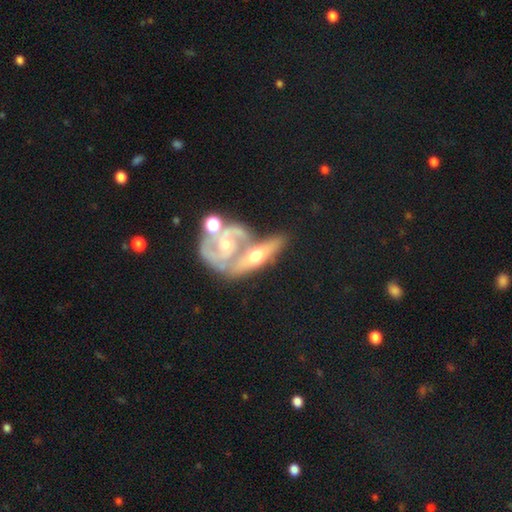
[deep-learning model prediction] The model was most divided on "merging": merger: 55%, none: 27%, minor disturbance: 11%, major disturbance: 7%. More confident: edge-on disk — no (69%); smooth or featured — featured or disk (69%).